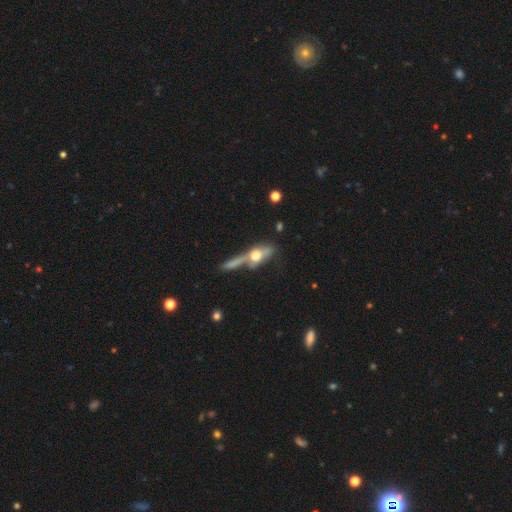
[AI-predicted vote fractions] The model was most divided on "merging": none: 37%, merger: 36%, minor disturbance: 14%, major disturbance: 13%. Remaining: smooth or featured — featured or disk (46%).